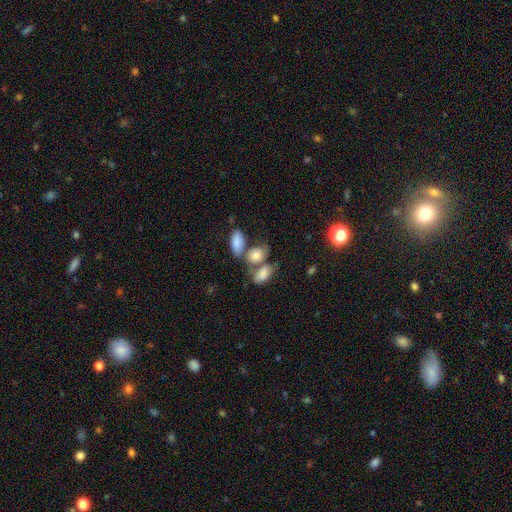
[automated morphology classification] type=smooth (67%); roundness=in between (81%); merging=merger (44%).